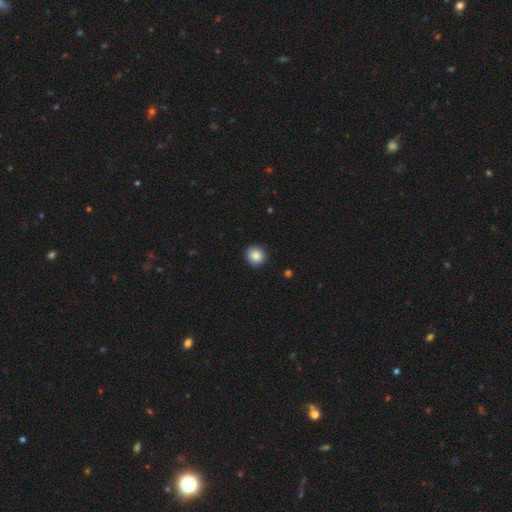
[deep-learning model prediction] smooth-or-featured: smooth: 86% | star or artifact: 9% | featured or disk: 5%
  how-rounded: round: 89% | in between: 10% | cigar-shaped: 1%
  merging: none: 91% | minor disturbance: 6% | major disturbance: 2% | merger: 1%